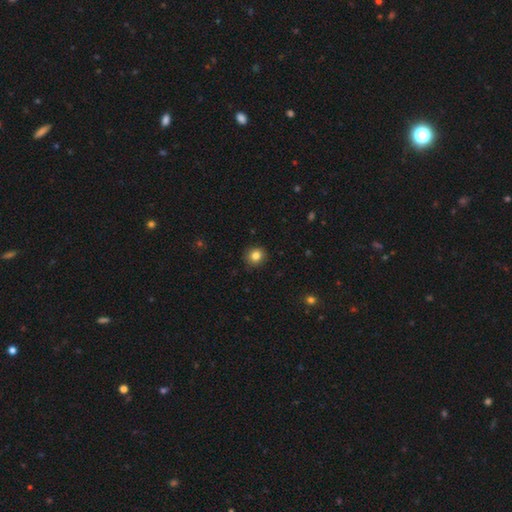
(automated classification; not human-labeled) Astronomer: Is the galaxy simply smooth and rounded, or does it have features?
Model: smooth — 83%.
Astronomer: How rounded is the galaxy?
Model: round — 86%.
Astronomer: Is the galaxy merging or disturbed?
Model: none — 90%.